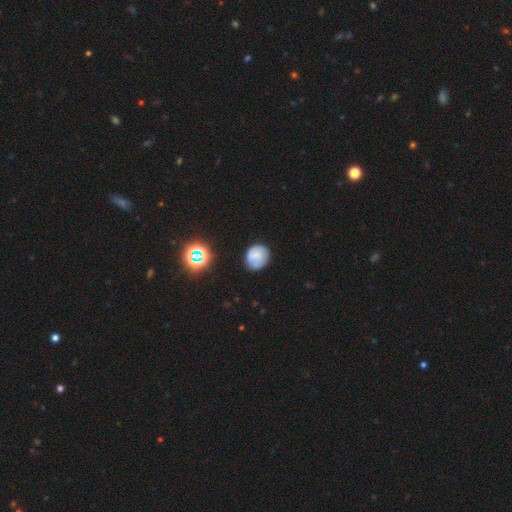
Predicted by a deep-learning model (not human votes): Smooth or featured: smooth — 64% (featured or disk — 24%)
How rounded: round — 71% (in between — 28%)
Merging: none — 68% (minor disturbance — 23%)